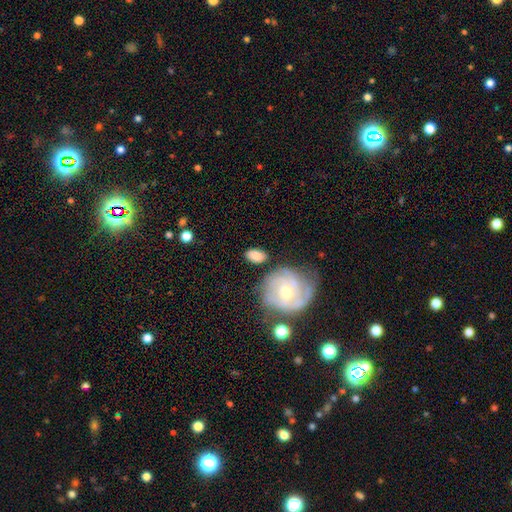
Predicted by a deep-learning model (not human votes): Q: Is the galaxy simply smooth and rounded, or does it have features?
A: smooth — 73%.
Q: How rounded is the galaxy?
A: in between — 83%.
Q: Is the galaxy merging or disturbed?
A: none — 70%.